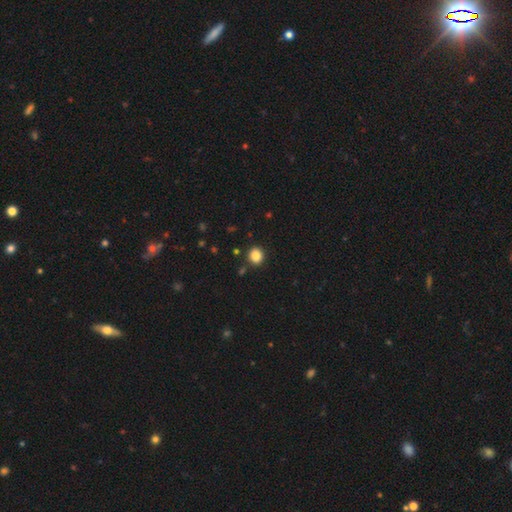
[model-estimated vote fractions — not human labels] Smooth or featured: smooth — 86% (star or artifact — 10%)
How rounded: round — 81% (in between — 18%)
Merging: none — 89% (minor disturbance — 6%)